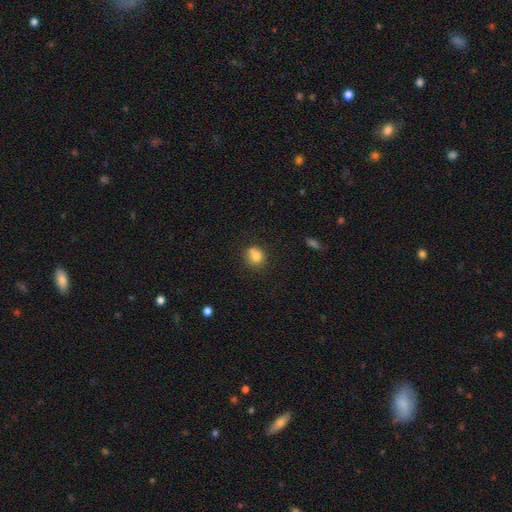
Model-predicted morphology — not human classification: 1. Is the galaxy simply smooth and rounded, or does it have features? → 78% smooth, 12% featured or disk, 11% star or artifact.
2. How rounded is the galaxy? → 76% round, 23% in between, 1% cigar-shaped.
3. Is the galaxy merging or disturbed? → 57% none, 22% merger, 16% minor disturbance, 5% major disturbance.